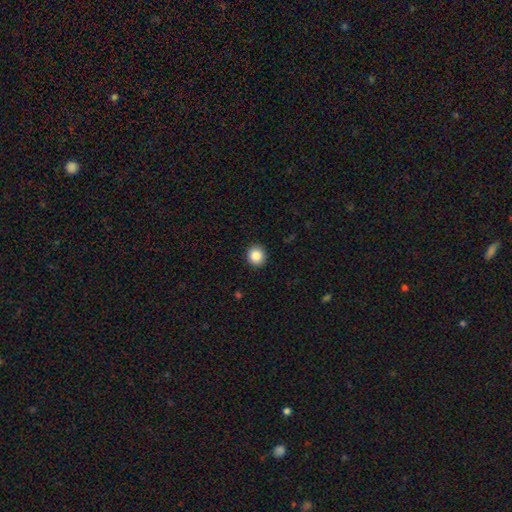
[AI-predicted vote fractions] Smooth or featured? Predicted: smooth (p=0.87). How rounded? Predicted: round (p=0.90). Merging? Predicted: none (p=0.93).